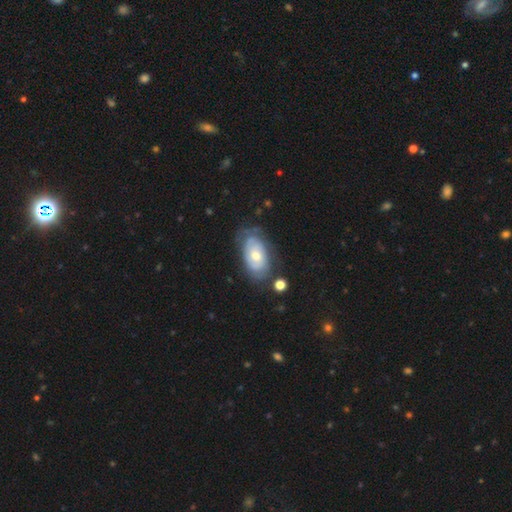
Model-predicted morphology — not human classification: type=featured or disk (58%); edge-on=no (93%); bar=no (81%); spiral arms=yes (65%); bulge=moderate (61%); merging=none (60%).